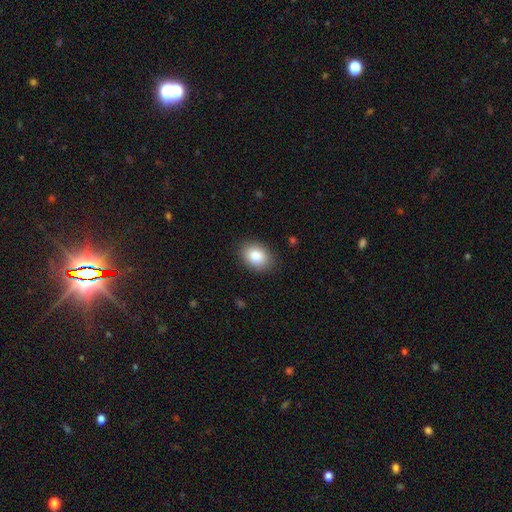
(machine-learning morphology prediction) smooth-or-featured: smooth: 84% | featured or disk: 8% | star or artifact: 8%
  how-rounded: in between: 70% | round: 29% | cigar-shaped: 1%
  merging: none: 87% | minor disturbance: 10% | major disturbance: 3% | merger: 1%